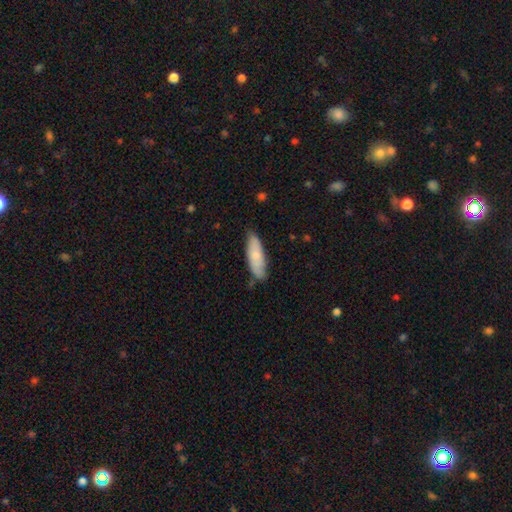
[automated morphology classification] Smooth or featured? Predicted: smooth (p=0.76). How rounded? Predicted: in between (p=0.51). Merging? Predicted: none (p=0.76).